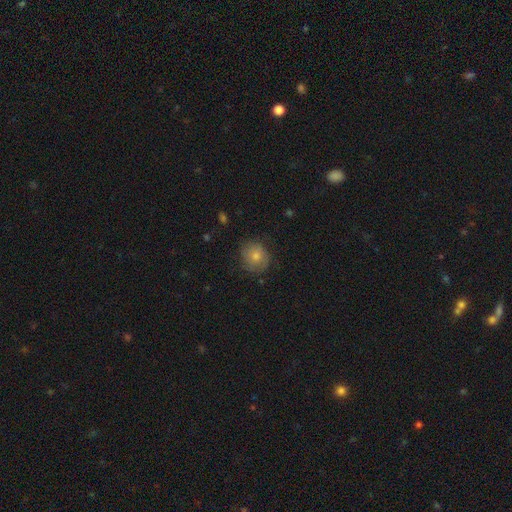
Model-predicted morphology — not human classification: The model was most divided on "smooth or featured": smooth: 64%, featured or disk: 24%, star or artifact: 12%. More confident: how rounded — round (82%); merging — none (77%).